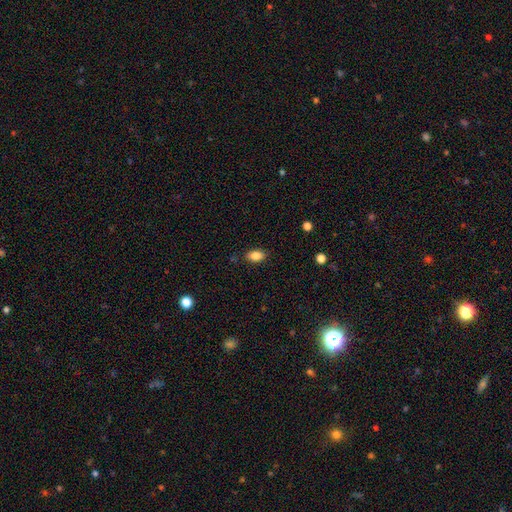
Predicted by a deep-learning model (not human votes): smooth_or_featured: smooth (p=0.86) [alt: star or artifact p=0.09]
how_rounded: in between (p=0.88) [alt: round p=0.09]
merging: none (p=0.84) [alt: minor disturbance p=0.11]